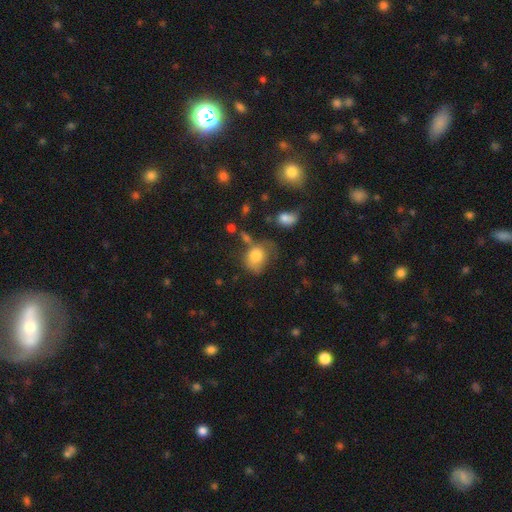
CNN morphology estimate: smooth-or-featured: smooth: 76% | featured or disk: 14% | star or artifact: 10%
  how-rounded: in between: 55% | round: 44% | cigar-shaped: 1%
  merging: none: 35% | minor disturbance: 29% | major disturbance: 24% | merger: 12%